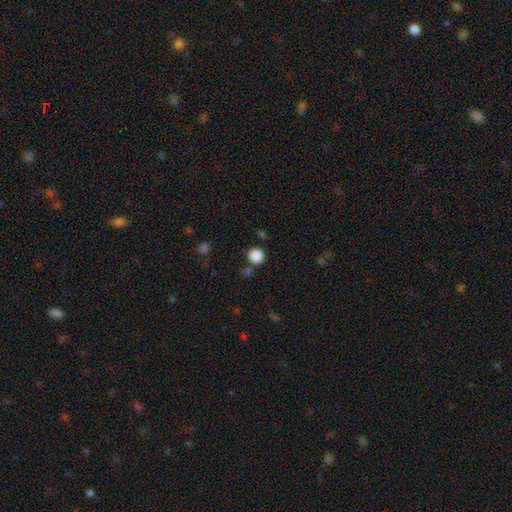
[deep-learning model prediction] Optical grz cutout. It shows a smooth galaxy with no disk features (87%) that is round (93%). Merging: none (84%).